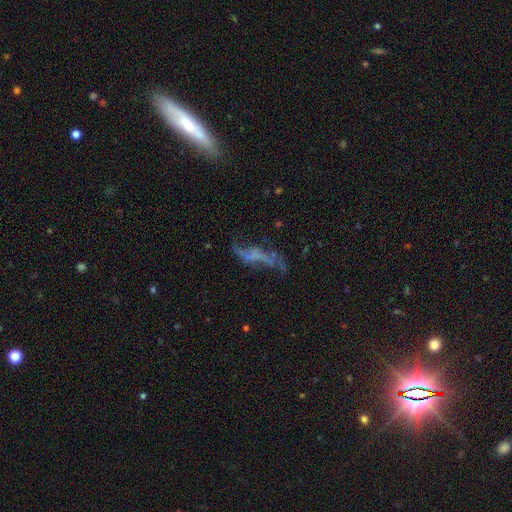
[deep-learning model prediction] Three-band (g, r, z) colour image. It shows a featured or disk galaxy (57%). Merging: none (41%).